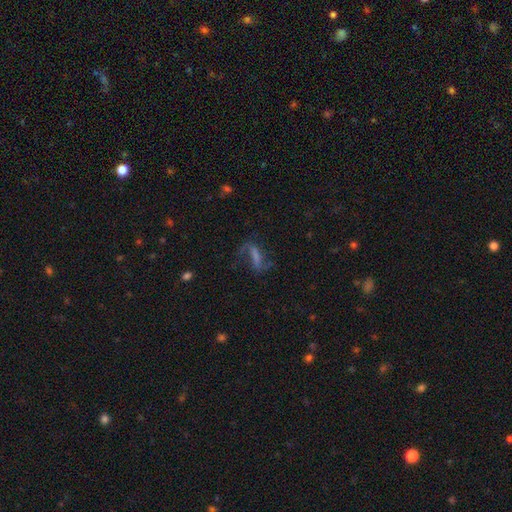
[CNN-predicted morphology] featured or disk 61%, smooth 22%, star or artifact 16%. Down the decision tree: edge-on disk — no (89%); bar — strong (49%); spiral arms — yes (85%); bulge size — none (50%); merging — none (59%).